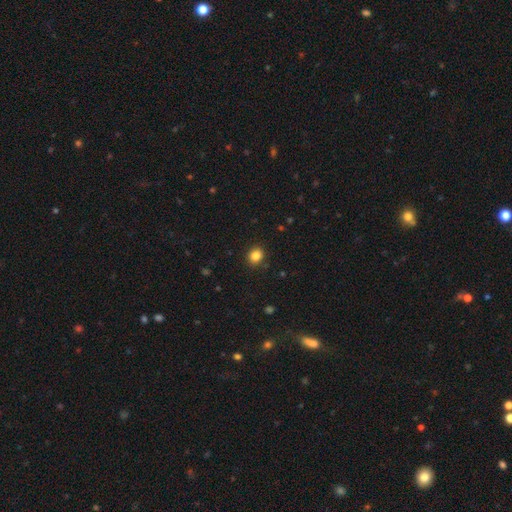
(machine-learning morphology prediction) Smooth or featured? smooth (84%)
How rounded? round (73%)
Merging? none (90%)